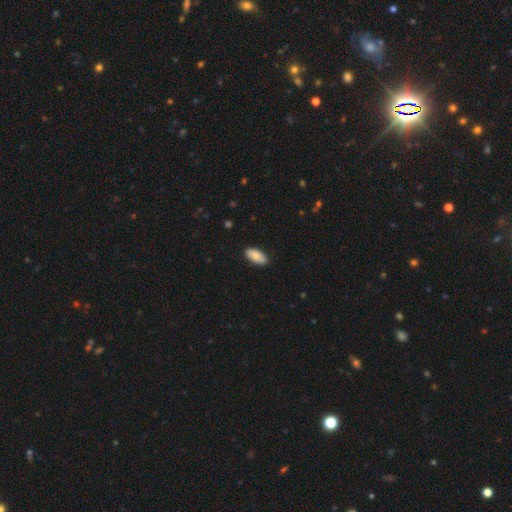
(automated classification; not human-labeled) A smooth galaxy with no disk features (81%) that is in between round and cigar-shaped (93%).

Vote fractions:
- Smooth or featured? smooth: 81% / featured or disk: 13% / star or artifact: 6%
- How rounded? in between: 93% / cigar-shaped: 5% / round: 2%
- Merging? none: 86% / minor disturbance: 11% / major disturbance: 2% / merger: 1%